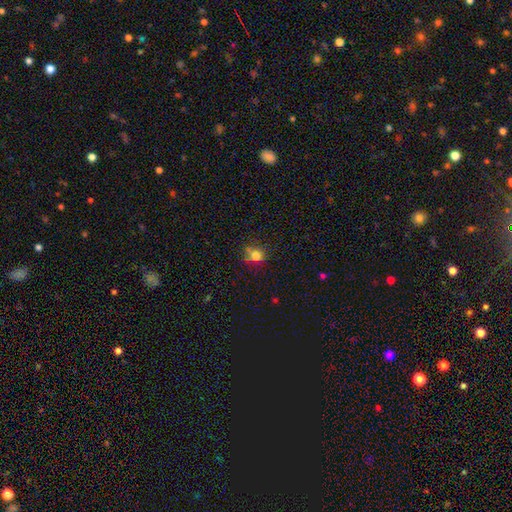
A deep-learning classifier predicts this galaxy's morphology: Smooth or featured? smooth (76%)
How rounded? round (76%)
Merging? none (65%)